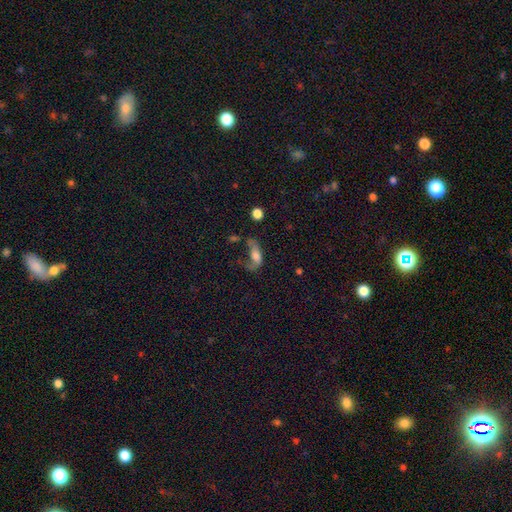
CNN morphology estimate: Smooth or featured?
  - smooth: 52% *
  - featured or disk: 37%
  - star or artifact: 11%
How rounded?
  - in between: 78% *
  - cigar-shaped: 15%
  - round: 8%
Merging?
  - major disturbance: 56% *
  - none: 19%
  - minor disturbance: 15%
  - merger: 10%